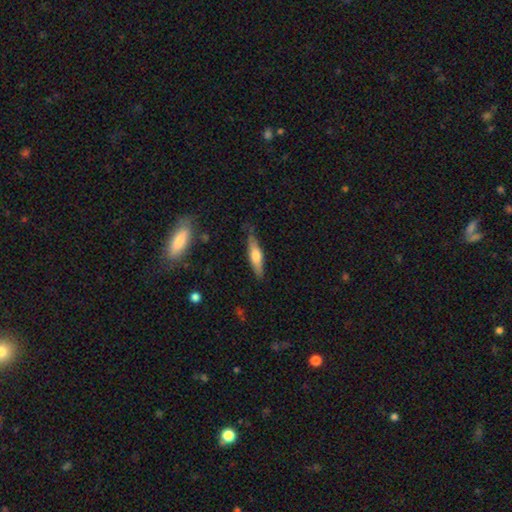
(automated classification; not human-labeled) A smooth galaxy with no disk features (53%) that is cigar-shaped (73%).

Vote fractions:
- Smooth or featured? smooth: 53% / featured or disk: 41% / star or artifact: 6%
- How rounded? cigar-shaped: 73% / in between: 25% / round: 2%
- Merging? none: 80% / minor disturbance: 15% / major disturbance: 3% / merger: 2%